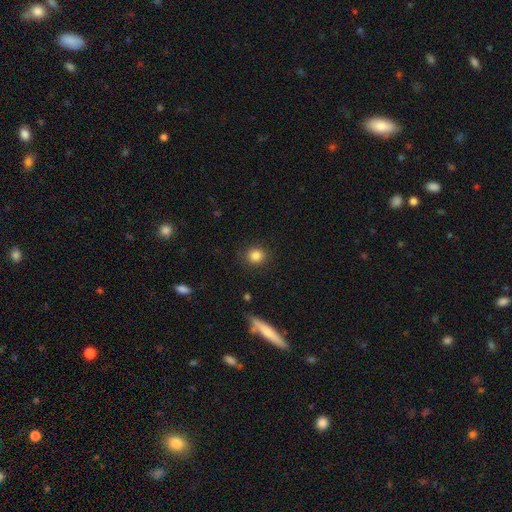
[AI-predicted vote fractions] Smooth or featured? smooth (85%)
How rounded? round (87%)
Merging? none (88%)